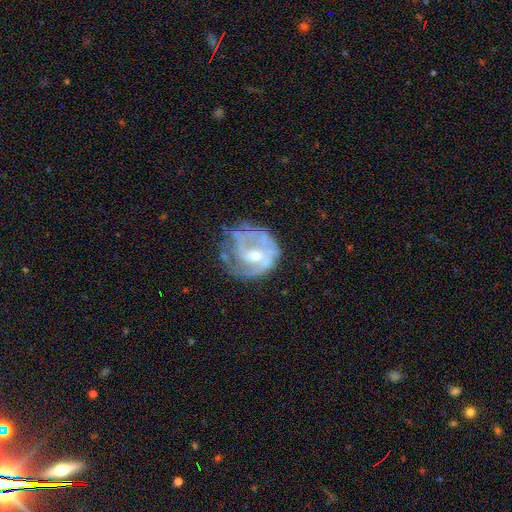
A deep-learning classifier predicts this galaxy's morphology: featured or disk 79%, smooth 14%, star or artifact 7%. Down the decision tree: edge-on disk — no (98%); bar — weak (48%); spiral arms — yes (79%); spiral arm count — 2 (35%); spiral winding — tight (43%); bulge size — moderate (56%); merging — none (48%).